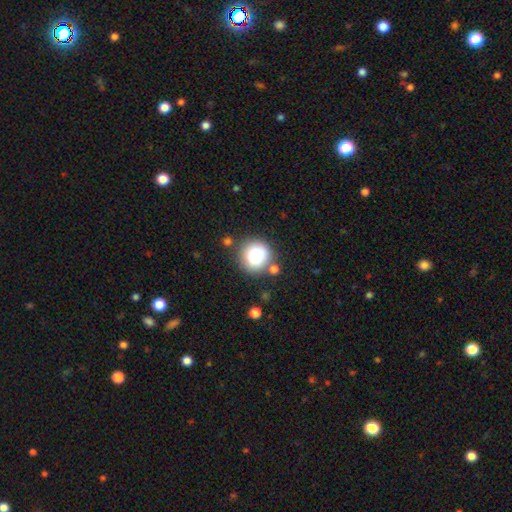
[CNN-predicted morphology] smooth_or_featured: smooth (p=0.83) [alt: star or artifact p=0.09]
how_rounded: round (p=0.89) [alt: in between p=0.10]
merging: none (p=0.74) [alt: minor disturbance p=0.12]